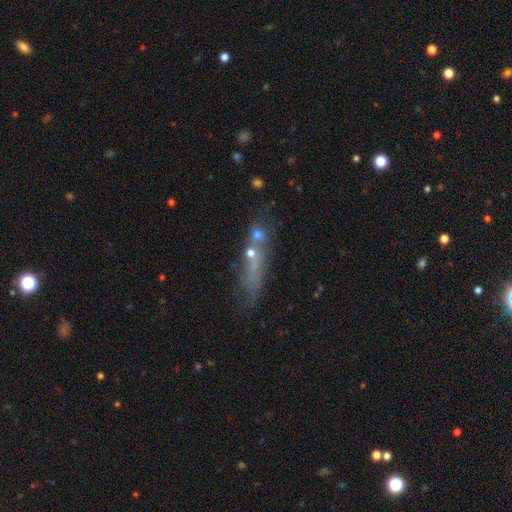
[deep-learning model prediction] This is possibly a smooth galaxy (48%). Merging: possibly none (60%).